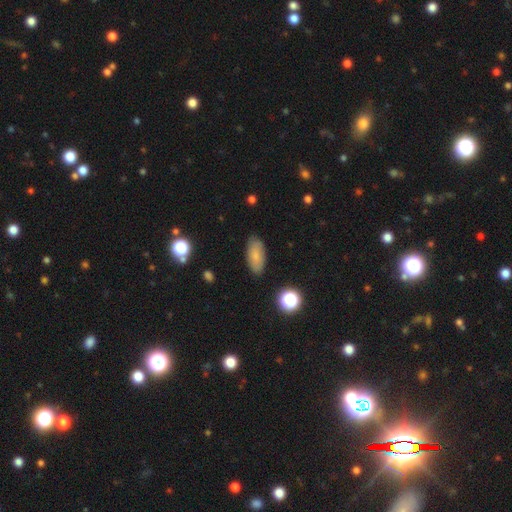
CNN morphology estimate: smooth_or_featured: smooth (p=0.79) [alt: featured or disk p=0.12]
how_rounded: in between (p=0.88) [alt: cigar-shaped p=0.09]
merging: none (p=0.85) [alt: minor disturbance p=0.11]